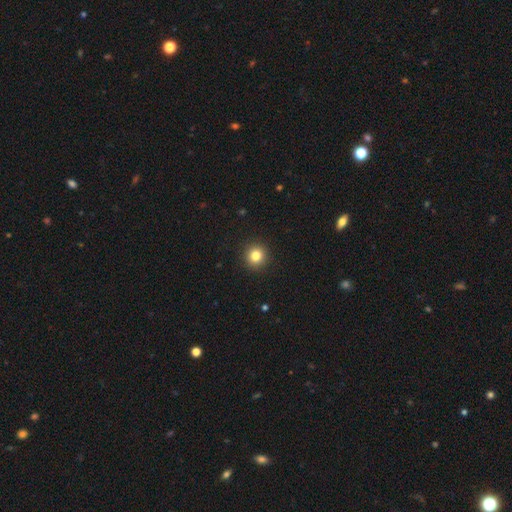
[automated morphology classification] This is clearly a smooth galaxy (83%). How rounded: clearly round (94%). Merging: clearly none (92%).